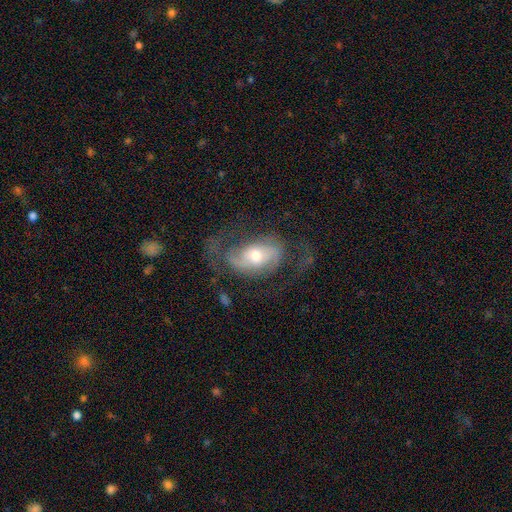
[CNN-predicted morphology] Smooth or featured? featured or disk (78%)
Edge-on disk? no (95%)
Bar? no (38%)
Spiral arms? yes (89%)
Spiral winding? medium (45%)
Spiral arm count? 2 (81%)
Bulge size? moderate (61%)
Merging? none (58%)